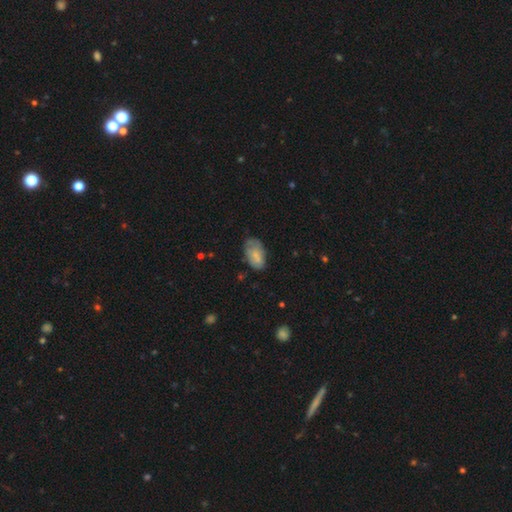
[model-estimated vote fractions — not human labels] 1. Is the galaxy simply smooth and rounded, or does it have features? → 69% smooth, 23% featured or disk, 7% star or artifact.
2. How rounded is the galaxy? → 92% in between, 6% round, 2% cigar-shaped.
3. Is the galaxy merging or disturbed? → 54% none, 32% minor disturbance, 12% major disturbance, 3% merger.